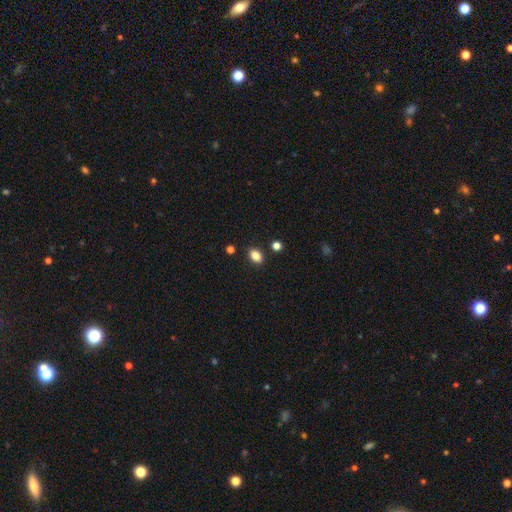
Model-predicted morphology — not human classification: Smooth or featured: smooth — 84% (star or artifact — 11%)
How rounded: in between — 76% (round — 23%)
Merging: none — 86% (minor disturbance — 9%)